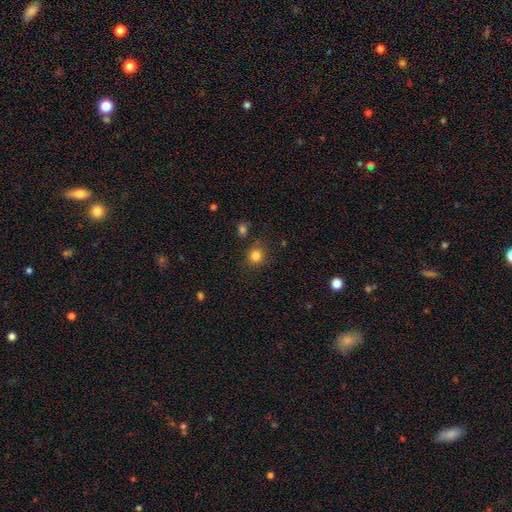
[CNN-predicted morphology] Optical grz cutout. It shows a smooth galaxy with no disk features (83%) that is round (84%). Merging: none (82%).